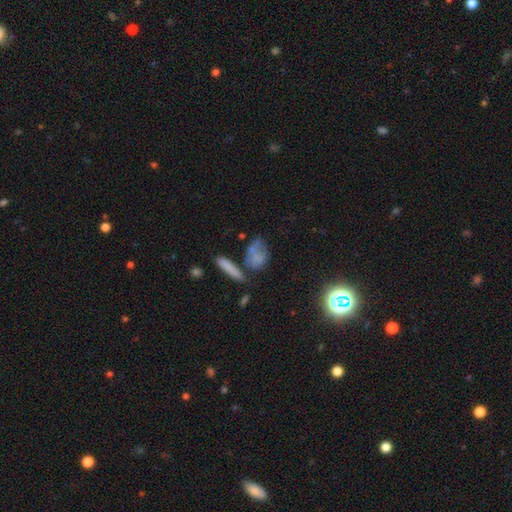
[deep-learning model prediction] Smooth or featured: smooth — 64% (featured or disk — 24%)
How rounded: in between — 69% (round — 21%)
Merging: none — 43% (minor disturbance — 22%)